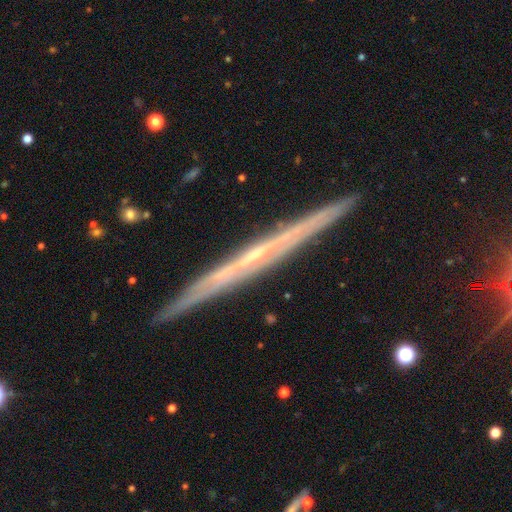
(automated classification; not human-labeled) smooth_or_featured: featured or disk (p=0.76) [alt: smooth p=0.16]
disk_edge_on: yes (p=0.96) [alt: no p=0.04]
edge_on_bulge: none (p=0.68) [alt: rounded p=0.28]
merging: none (p=0.90) [alt: minor disturbance p=0.07]